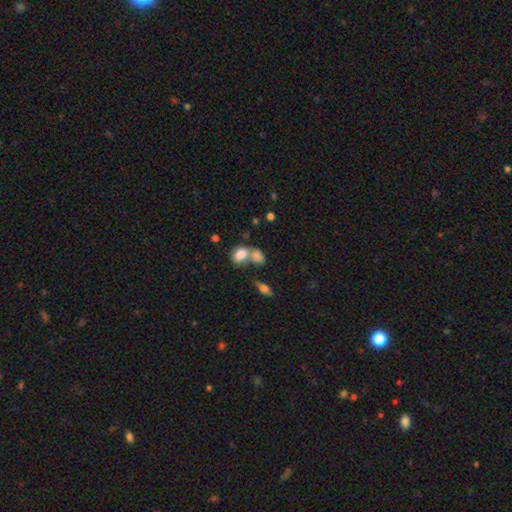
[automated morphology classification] The model was most divided on "merging": merger: 49%, none: 36%, minor disturbance: 10%, major disturbance: 5%. More confident: smooth or featured — smooth (76%); how rounded — in between (73%).